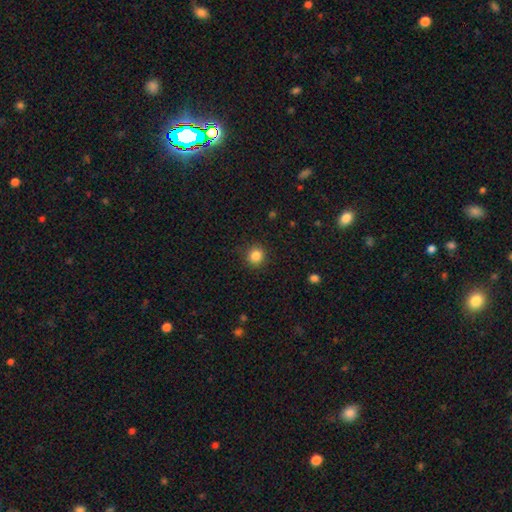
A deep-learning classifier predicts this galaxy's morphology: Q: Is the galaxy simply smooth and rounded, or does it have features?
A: smooth — 85%.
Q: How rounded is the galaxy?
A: round — 90%.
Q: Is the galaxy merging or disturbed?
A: none — 90%.